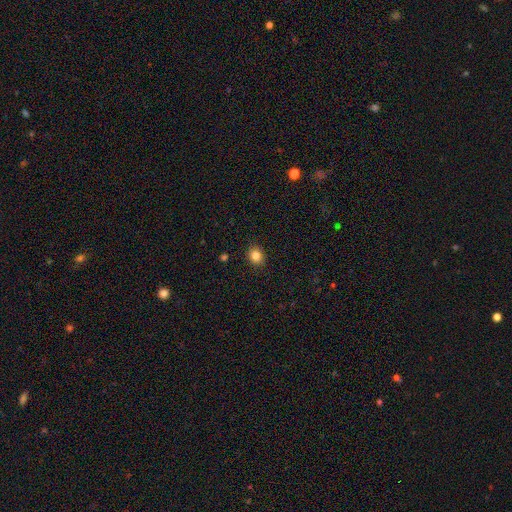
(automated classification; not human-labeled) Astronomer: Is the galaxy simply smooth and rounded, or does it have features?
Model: smooth — 83%.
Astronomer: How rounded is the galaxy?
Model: round — 67%.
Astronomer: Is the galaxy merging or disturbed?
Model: none — 91%.